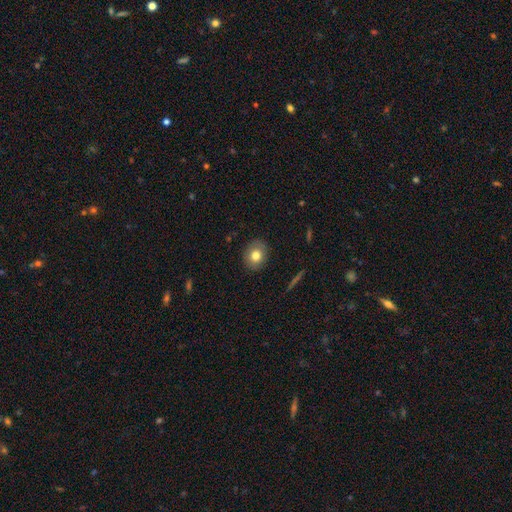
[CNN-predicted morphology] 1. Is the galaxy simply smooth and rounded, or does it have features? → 76% smooth, 15% featured or disk, 9% star or artifact.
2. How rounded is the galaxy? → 64% round, 35% in between, 1% cigar-shaped.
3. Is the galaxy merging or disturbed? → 89% none, 8% minor disturbance, 2% major disturbance, 1% merger.